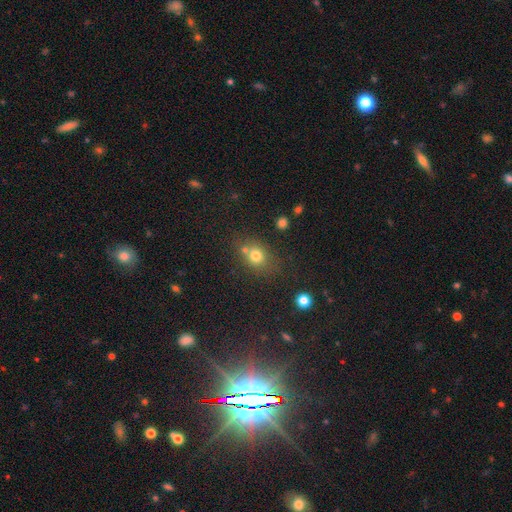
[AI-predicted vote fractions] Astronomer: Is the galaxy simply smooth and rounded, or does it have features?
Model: smooth — 74%.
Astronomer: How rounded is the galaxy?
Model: round — 64%.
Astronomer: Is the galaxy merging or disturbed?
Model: none — 60%.